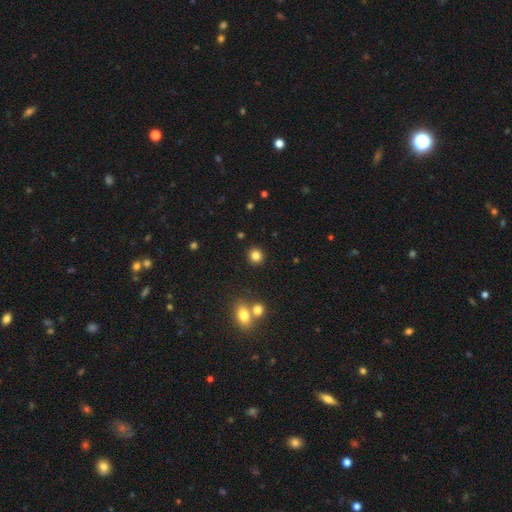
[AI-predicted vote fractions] Smooth or featured? smooth (83%)
How rounded? round (89%)
Merging? none (89%)